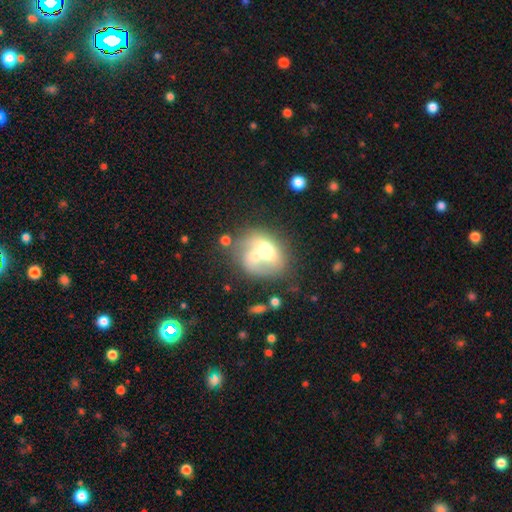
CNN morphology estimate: Smooth or featured? Predicted: smooth (p=0.54). How rounded? Predicted: round (p=0.50). Merging? Predicted: merger (p=0.63).